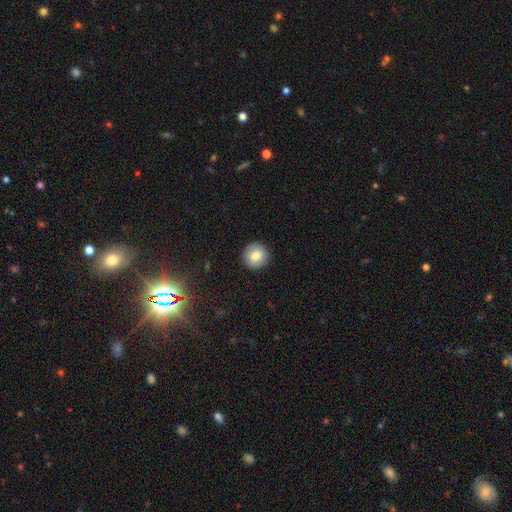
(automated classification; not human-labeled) Morphology: type=smooth (82%); roundness=round (93%); merging=none (91%).